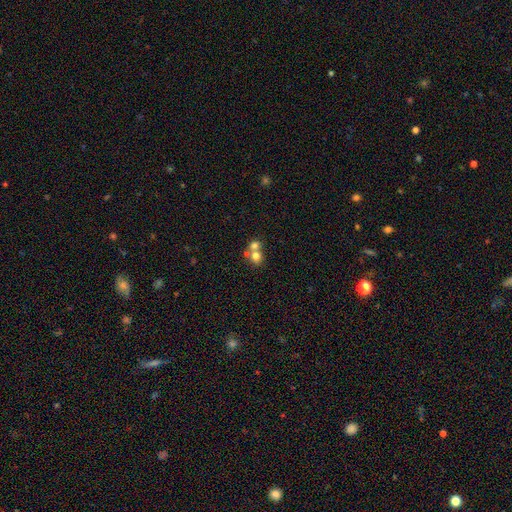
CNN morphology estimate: smooth-or-featured: smooth: 72% | featured or disk: 16% | star or artifact: 12%
  how-rounded: round: 76% | in between: 23% | cigar-shaped: 1%
  merging: merger: 60% | none: 32% | minor disturbance: 5% | major disturbance: 3%